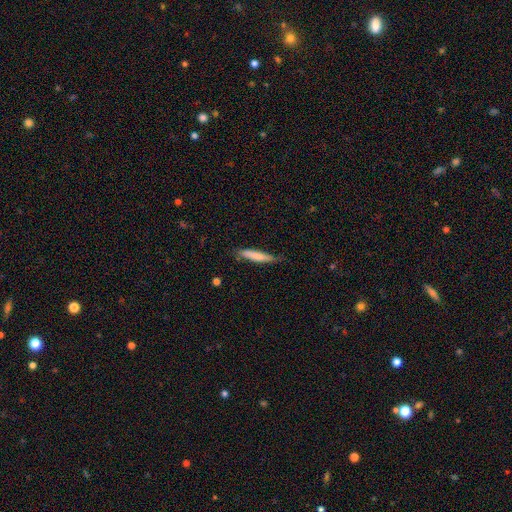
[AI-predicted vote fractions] A smooth galaxy with no disk features (75%) that is cigar-shaped (90%).

Vote fractions:
- Smooth or featured? smooth: 75% / featured or disk: 19% / star or artifact: 6%
- How rounded? cigar-shaped: 90% / in between: 8% / round: 1%
- Merging? none: 73% / minor disturbance: 22% / major disturbance: 4% / merger: 2%